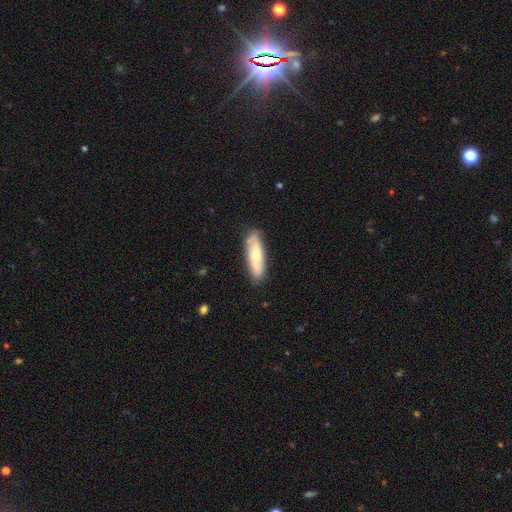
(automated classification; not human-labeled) This appears to be a smooth galaxy with no disk features (59%) that is cigar-shaped (58%). Merging: none (83%).